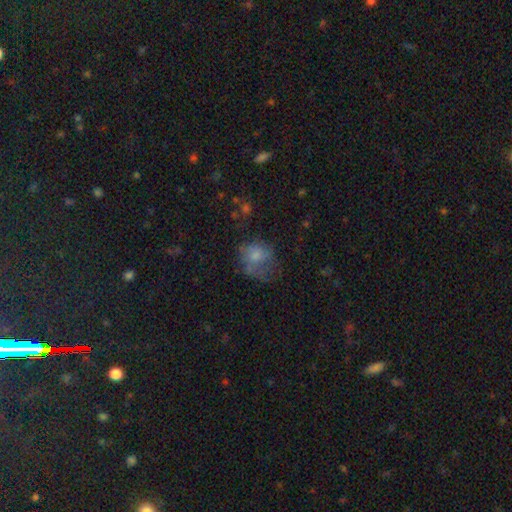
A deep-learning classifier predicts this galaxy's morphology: smooth-or-featured: smooth: 65% | featured or disk: 24% | star or artifact: 12%
  how-rounded: round: 59% | in between: 40% | cigar-shaped: 1%
  merging: none: 37% | major disturbance: 34% | minor disturbance: 26% | merger: 3%